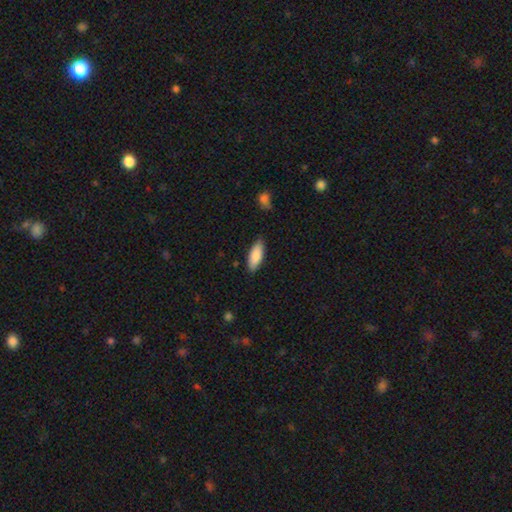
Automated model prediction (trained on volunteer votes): This is clearly a smooth galaxy (84%). How rounded: likely in between (73%). Merging: clearly none (84%).